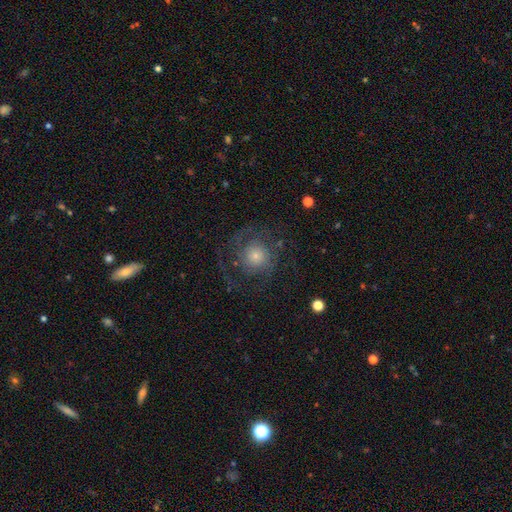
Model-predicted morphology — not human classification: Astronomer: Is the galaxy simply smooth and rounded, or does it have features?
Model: featured or disk — 58%.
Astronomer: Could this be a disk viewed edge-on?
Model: no — 97%.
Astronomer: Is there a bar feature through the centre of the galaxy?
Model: no — 83%.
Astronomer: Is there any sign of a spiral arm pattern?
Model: yes — 77%.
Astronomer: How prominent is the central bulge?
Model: small — 43% (runner-up: moderate, 36%).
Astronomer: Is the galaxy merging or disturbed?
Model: none — 67%.